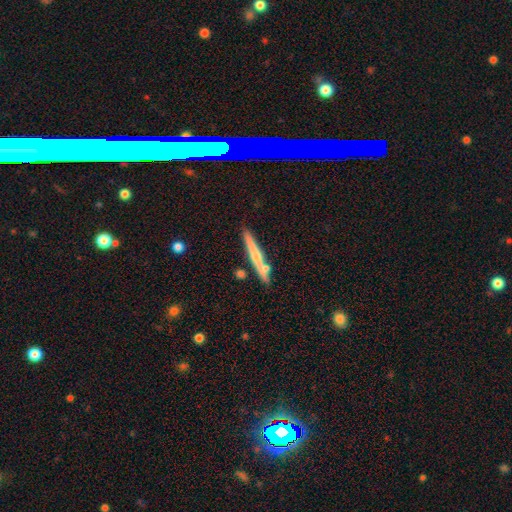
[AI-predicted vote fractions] Smooth or featured? smooth (49%)
Merging? none (77%)